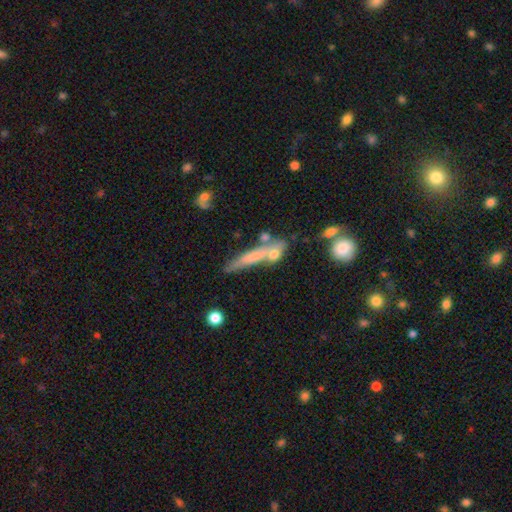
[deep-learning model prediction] Overall: smooth (54%; featured or disk 36%). How rounded: cigar-shaped (88%). Merging: none (52%; merger 21%).